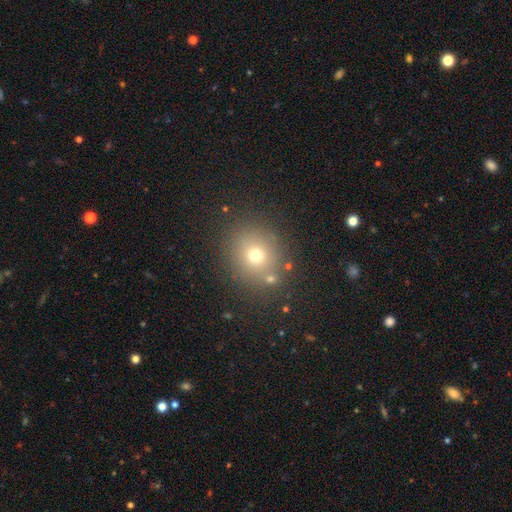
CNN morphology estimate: Smooth or featured? smooth (68%)
How rounded? round (79%)
Merging? none (79%)